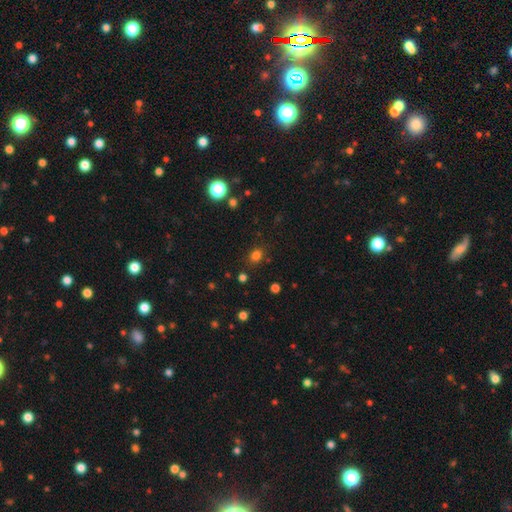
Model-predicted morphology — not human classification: A smooth galaxy with no disk features (78%) that is round (60%).

Vote fractions:
- Smooth or featured? smooth: 78% / star or artifact: 17% / featured or disk: 5%
- How rounded? round: 60% / in between: 39% / cigar-shaped: 1%
- Merging? none: 84% / minor disturbance: 10% / major disturbance: 3% / merger: 3%